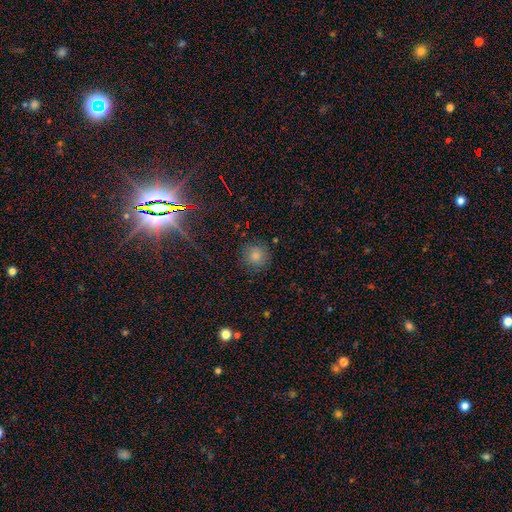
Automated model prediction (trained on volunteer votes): Smooth or featured? smooth (78%)
How rounded? round (92%)
Merging? none (86%)